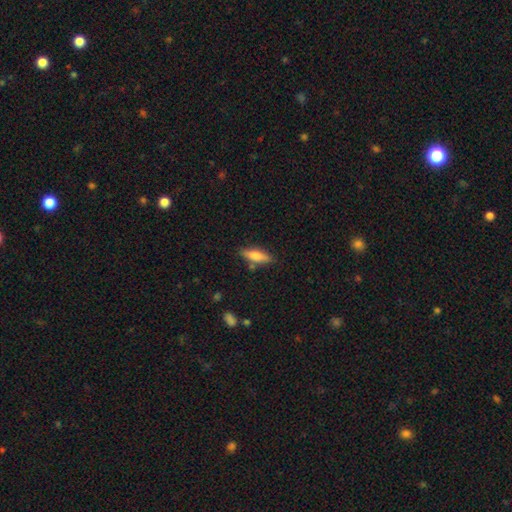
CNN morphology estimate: Smooth or featured?
  - smooth: 67% *
  - featured or disk: 27%
  - star or artifact: 7%
How rounded?
  - cigar-shaped: 55% *
  - in between: 43%
  - round: 2%
Merging?
  - none: 80% *
  - minor disturbance: 13%
  - merger: 5%
  - major disturbance: 3%